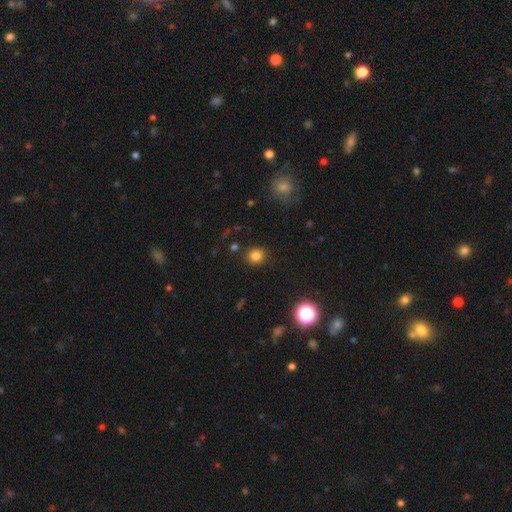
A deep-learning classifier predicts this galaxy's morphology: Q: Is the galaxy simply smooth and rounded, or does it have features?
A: smooth — 81%.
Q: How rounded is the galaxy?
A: round — 81%.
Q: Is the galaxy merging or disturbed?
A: none — 88%.